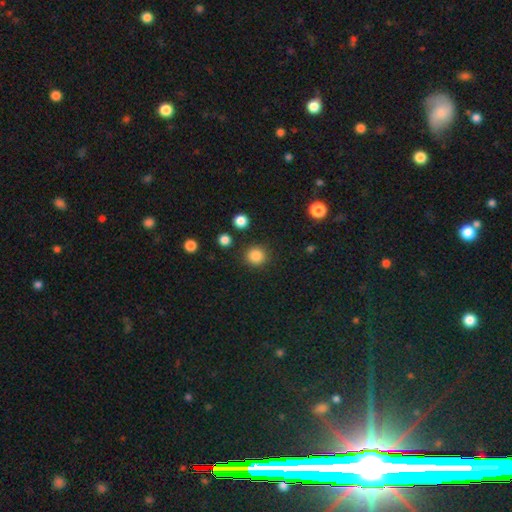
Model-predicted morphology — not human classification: Smooth or featured? Predicted: smooth (p=0.85). How rounded? Predicted: round (p=0.92). Merging? Predicted: none (p=0.88).